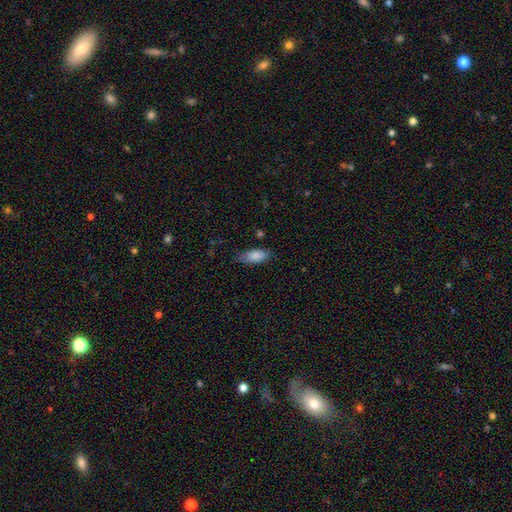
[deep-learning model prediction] Morphology: type=smooth (84%); roundness=in between (83%); merging=none (74%).